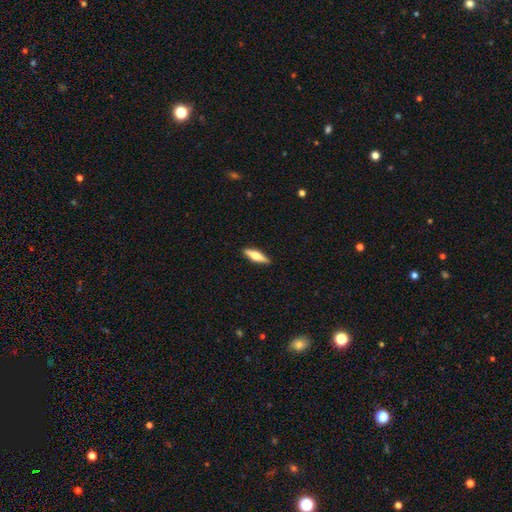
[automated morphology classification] The model was most divided on "smooth or featured": featured or disk: 51%, smooth: 43%, star or artifact: 6%. More confident: edge-on disk — yes (94%); merging — none (91%).